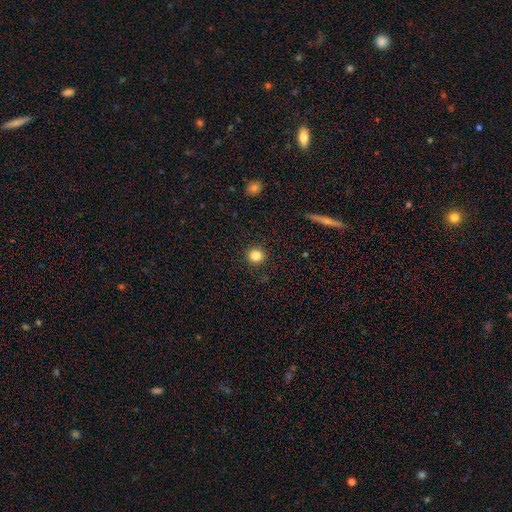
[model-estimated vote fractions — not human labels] Overall: smooth (83%). How rounded: round (92%). Merging: none (91%).